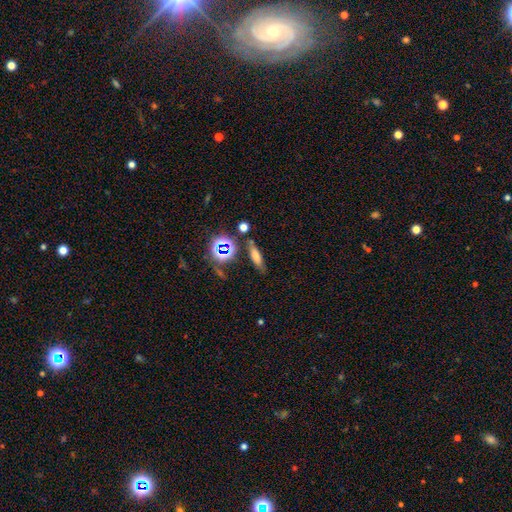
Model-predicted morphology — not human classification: Q: Smooth or featured?
A: smooth (63%); runner-up: star or artifact (22%)
Q: How rounded?
A: cigar-shaped (52%); runner-up: in between (40%)
Q: Merging?
A: none (72%); runner-up: minor disturbance (15%)